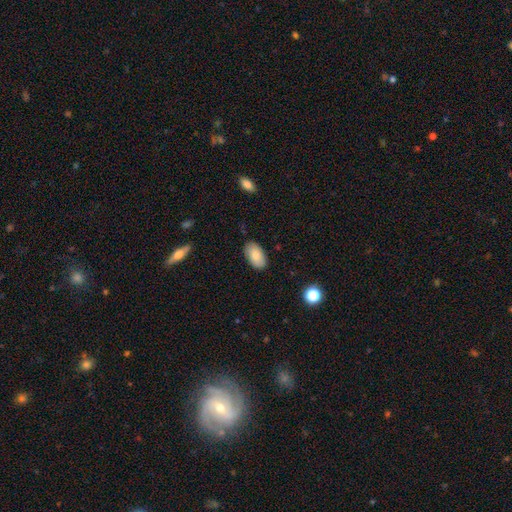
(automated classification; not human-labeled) A smooth galaxy with no disk features (83%) that is in between round and cigar-shaped (95%).

Vote fractions:
- Smooth or featured? smooth: 83% / featured or disk: 10% / star or artifact: 7%
- How rounded? in between: 95% / round: 4% / cigar-shaped: 2%
- Merging? none: 85% / minor disturbance: 12% / major disturbance: 2% / merger: 1%